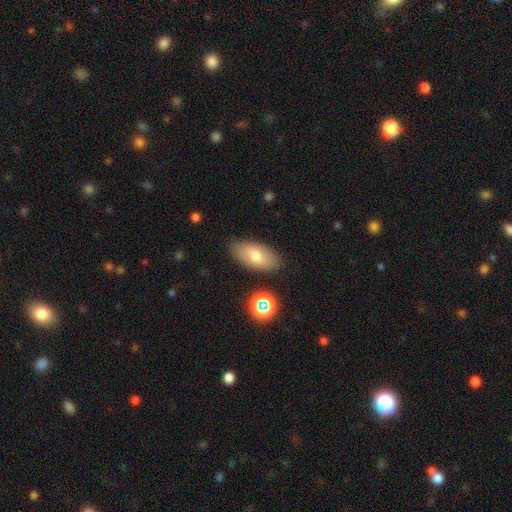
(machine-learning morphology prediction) Smooth or featured? Predicted: smooth (p=0.71). How rounded? Predicted: in between (p=0.90). Merging? Predicted: none (p=0.85).